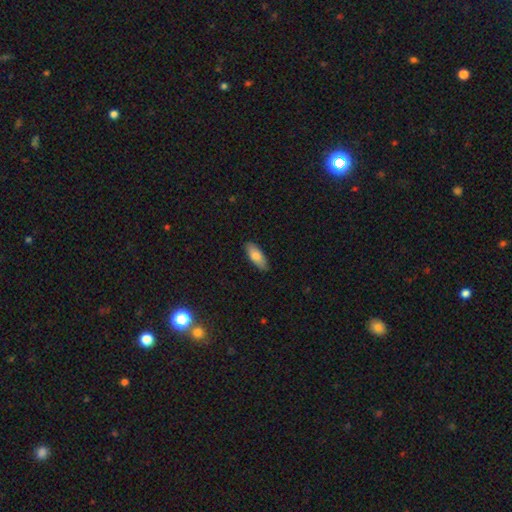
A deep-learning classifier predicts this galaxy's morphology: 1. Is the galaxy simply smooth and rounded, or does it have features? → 79% smooth, 15% featured or disk, 6% star or artifact.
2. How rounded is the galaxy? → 74% in between, 24% cigar-shaped, 2% round.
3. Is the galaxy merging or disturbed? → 88% none, 9% minor disturbance, 2% major disturbance, 1% merger.